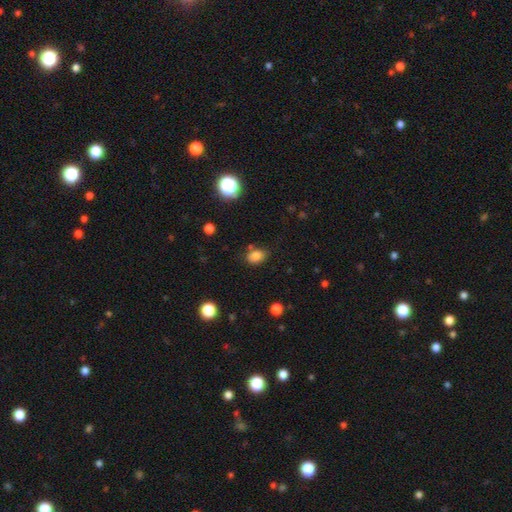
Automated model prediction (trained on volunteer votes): Smooth or featured?
  - smooth: 81% *
  - star or artifact: 12%
  - featured or disk: 6%
How rounded?
  - in between: 72% *
  - round: 26%
  - cigar-shaped: 1%
Merging?
  - none: 74% *
  - minor disturbance: 15%
  - merger: 7%
  - major disturbance: 4%